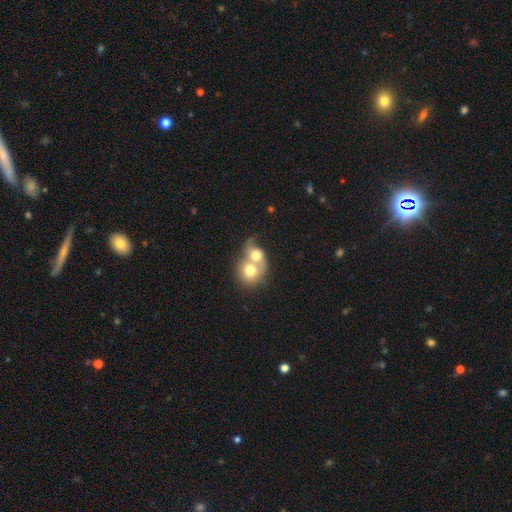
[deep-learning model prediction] Smooth or featured?
  - smooth: 63% *
  - featured or disk: 30%
  - star or artifact: 7%
How rounded?
  - round: 68% *
  - in between: 31%
  - cigar-shaped: 1%
Merging?
  - merger: 81% *
  - none: 10%
  - major disturbance: 5%
  - minor disturbance: 4%